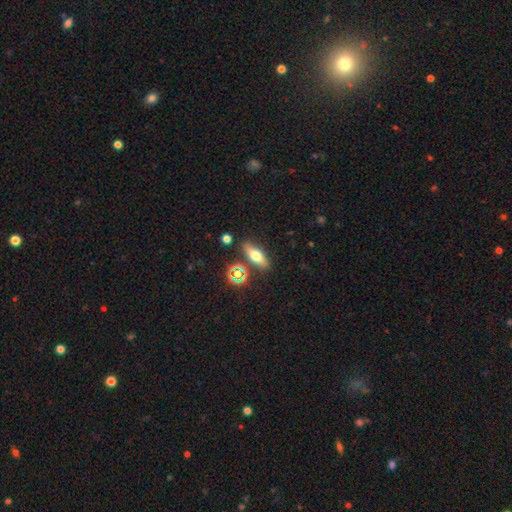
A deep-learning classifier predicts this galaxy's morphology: smooth-or-featured: smooth: 55% | featured or disk: 31% | star or artifact: 14%
  how-rounded: in between: 54% | cigar-shaped: 37% | round: 10%
  merging: none: 81% | minor disturbance: 10% | merger: 6% | major disturbance: 3%